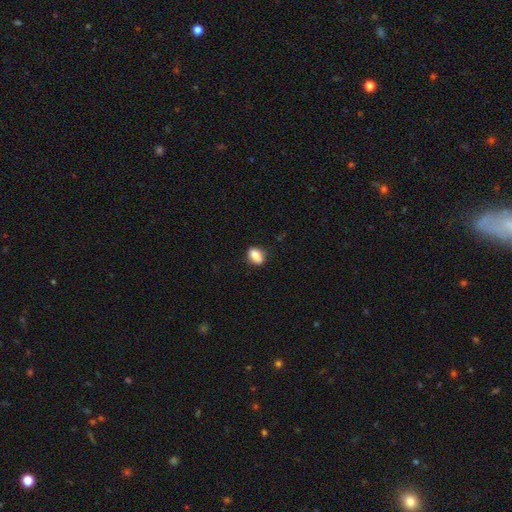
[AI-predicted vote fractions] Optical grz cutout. It shows a smooth galaxy with no disk features (80%) that is in between round and cigar-shaped (77%). Merging: none (83%).